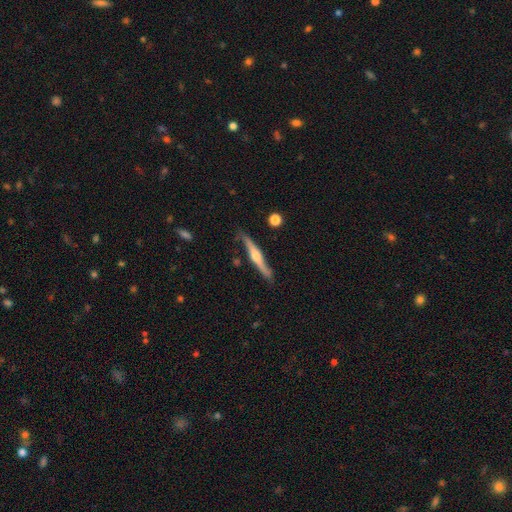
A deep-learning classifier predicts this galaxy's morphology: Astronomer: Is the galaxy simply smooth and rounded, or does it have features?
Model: featured or disk — 71%.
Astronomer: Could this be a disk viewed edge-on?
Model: yes — 92%.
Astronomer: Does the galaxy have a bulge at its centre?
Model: rounded — 84%.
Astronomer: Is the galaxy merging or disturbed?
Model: none — 75%.